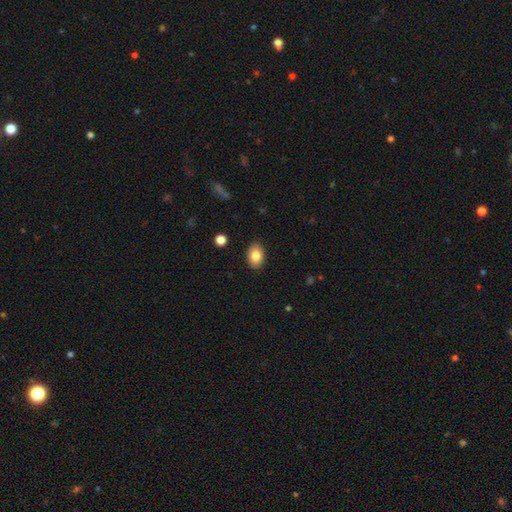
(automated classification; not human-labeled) Overall: smooth (83%). How rounded: in between (84%). Merging: none (89%).